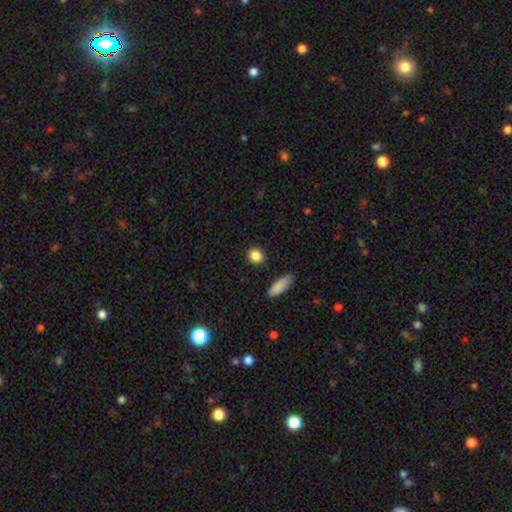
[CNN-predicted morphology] This is clearly a smooth galaxy (87%). How rounded: likely round (72%). Merging: clearly none (90%).